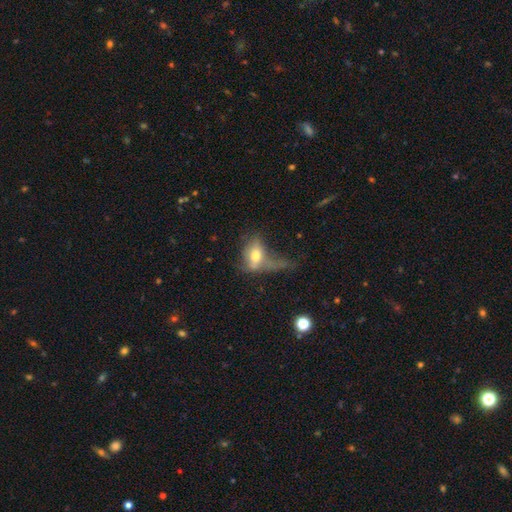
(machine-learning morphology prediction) type=smooth (62%); roundness=in between (78%); merging=major disturbance (53%).